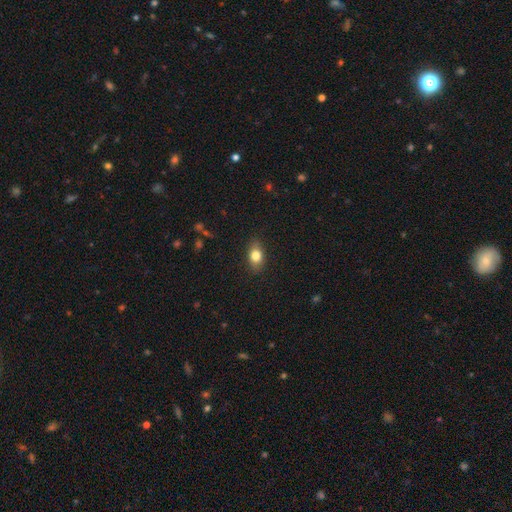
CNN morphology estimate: A smooth galaxy with no disk features (80%) that is in between round and cigar-shaped (81%).

Vote fractions:
- Smooth or featured? smooth: 80% / featured or disk: 11% / star or artifact: 8%
- How rounded? in between: 81% / round: 15% / cigar-shaped: 3%
- Merging? none: 86% / minor disturbance: 11% / major disturbance: 2% / merger: 1%